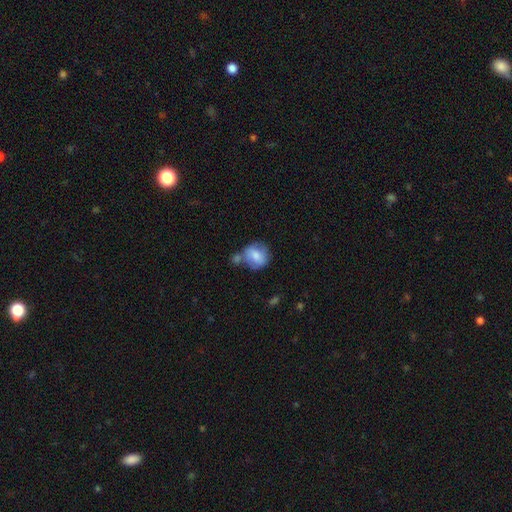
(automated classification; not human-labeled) Smooth or featured? smooth (69%)
How rounded? round (74%)
Merging? none (46%)